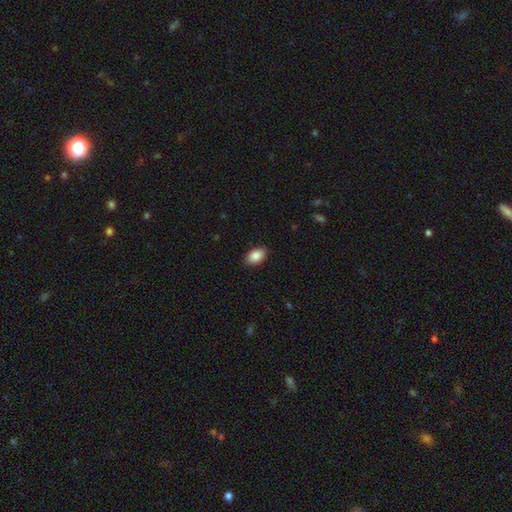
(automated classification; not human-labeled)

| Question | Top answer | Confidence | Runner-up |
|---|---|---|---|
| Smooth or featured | smooth | 87% | star or artifact (7%) |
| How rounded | in between | 89% | round (10%) |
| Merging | none | 88% | minor disturbance (9%) |